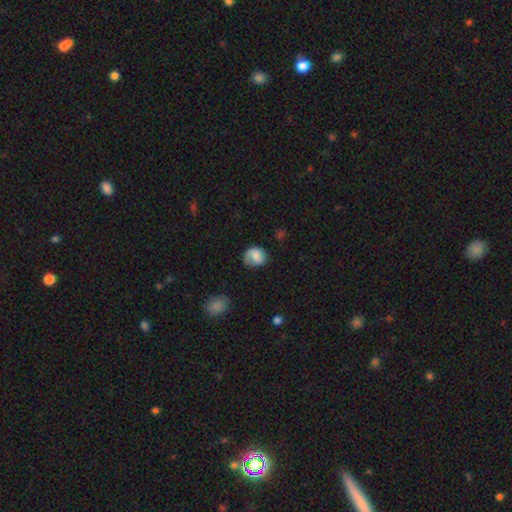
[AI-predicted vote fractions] Smooth or featured?
  - smooth: 67% *
  - featured or disk: 25%
  - star or artifact: 8%
How rounded?
  - round: 64% *
  - in between: 35%
  - cigar-shaped: 1%
Merging?
  - none: 57% *
  - minor disturbance: 27%
  - major disturbance: 14%
  - merger: 2%